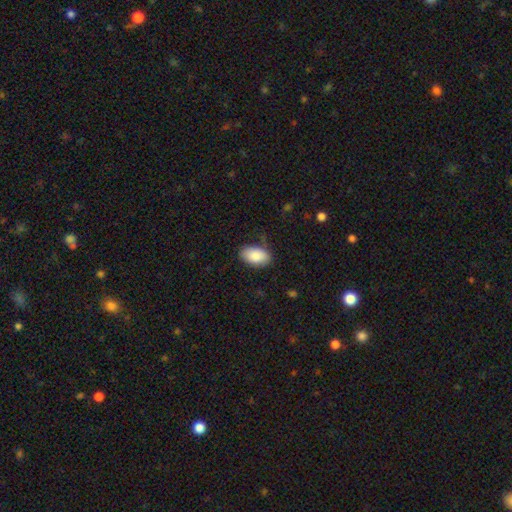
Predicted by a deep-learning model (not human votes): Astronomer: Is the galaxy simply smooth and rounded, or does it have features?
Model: smooth — 88%.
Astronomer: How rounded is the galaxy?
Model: in between — 94%.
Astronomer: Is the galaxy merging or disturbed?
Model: none — 77%.